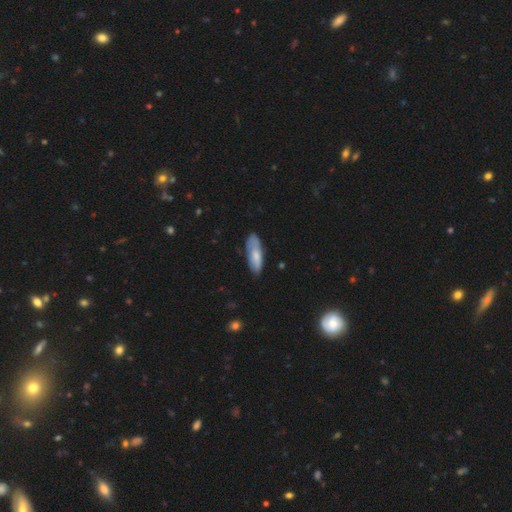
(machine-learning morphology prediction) smooth-or-featured: smooth: 71% | featured or disk: 23% | star or artifact: 6%
  how-rounded: in between: 61% | cigar-shaped: 37% | round: 2%
  merging: none: 68% | minor disturbance: 25% | major disturbance: 5% | merger: 2%